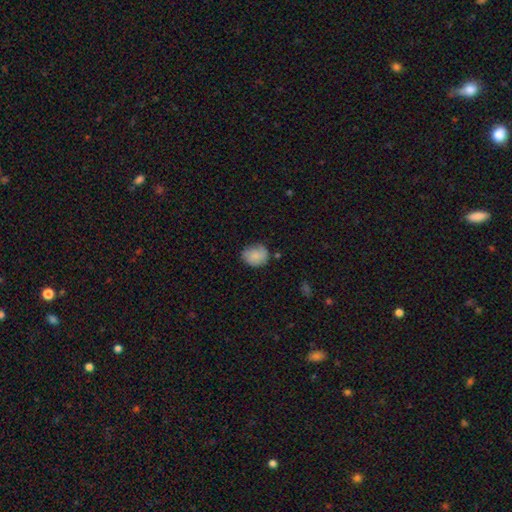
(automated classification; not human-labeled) smooth-or-featured: smooth: 80% | featured or disk: 12% | star or artifact: 8%
  how-rounded: round: 61% | in between: 39% | cigar-shaped: 1%
  merging: none: 65% | minor disturbance: 26% | major disturbance: 6% | merger: 3%